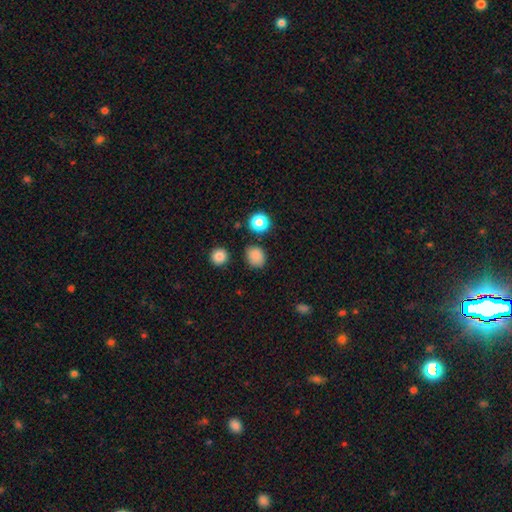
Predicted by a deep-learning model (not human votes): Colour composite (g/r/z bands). It shows a smooth galaxy with no disk features (83%) that is round (59%). Merging: none (82%).